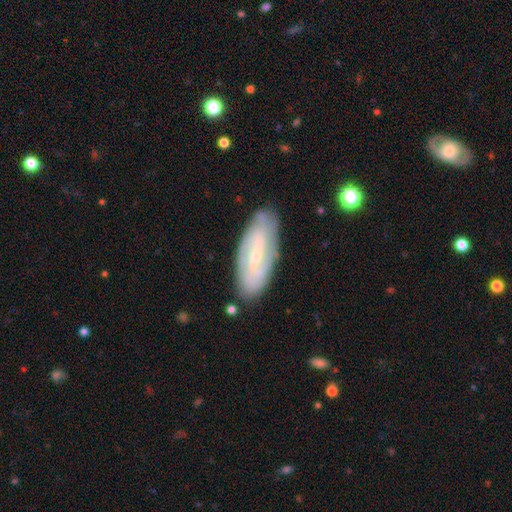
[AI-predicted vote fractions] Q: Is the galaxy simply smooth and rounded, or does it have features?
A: featured or disk — 72%.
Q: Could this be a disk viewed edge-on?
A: no — 88%.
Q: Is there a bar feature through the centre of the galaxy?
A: weak — 47%.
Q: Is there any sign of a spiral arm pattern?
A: yes — 86%.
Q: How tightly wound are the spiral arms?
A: tight — 42%.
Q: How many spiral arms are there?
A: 2 — 61%.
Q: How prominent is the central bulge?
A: small — 72%.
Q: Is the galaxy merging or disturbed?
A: none — 80%.